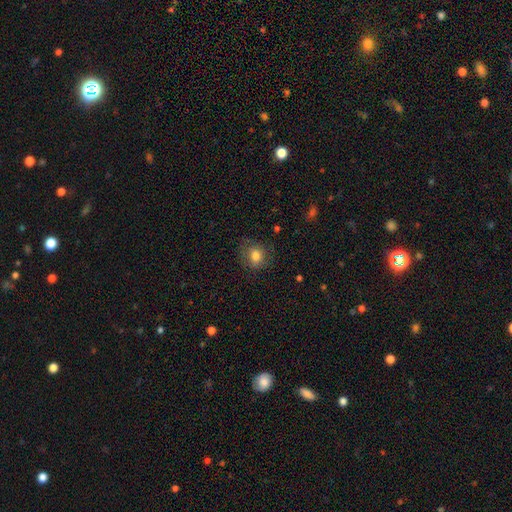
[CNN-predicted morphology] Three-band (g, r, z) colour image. It shows a smooth galaxy with no disk features (78%) that is round (67%). Merging: none (73%).